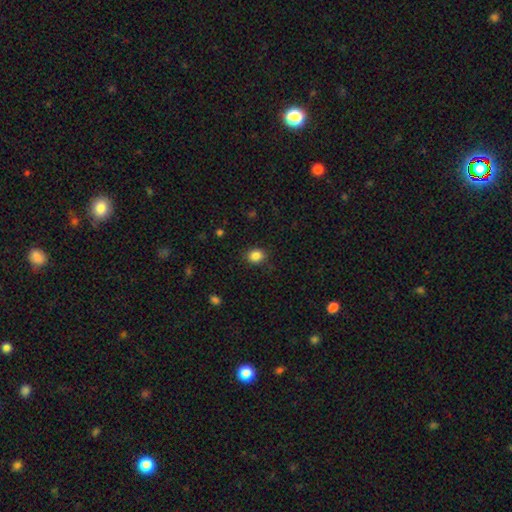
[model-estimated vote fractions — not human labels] Q: Smooth or featured?
A: smooth (85%); runner-up: star or artifact (10%)
Q: How rounded?
A: round (61%); runner-up: in between (38%)
Q: Merging?
A: none (85%); runner-up: minor disturbance (11%)